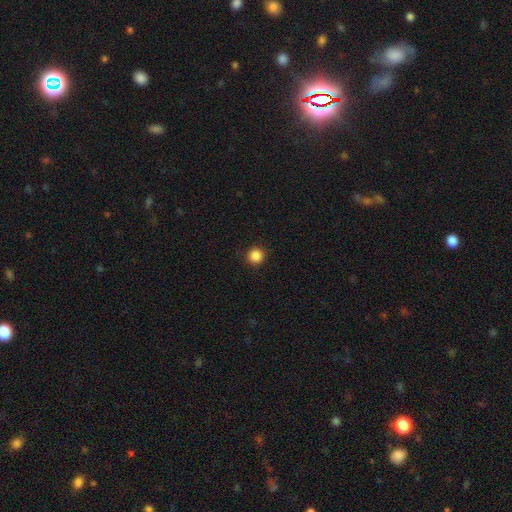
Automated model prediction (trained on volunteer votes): Smooth or featured?
  - smooth: 87% *
  - star or artifact: 11%
  - featured or disk: 3%
How rounded?
  - round: 95% *
  - in between: 4%
  - cigar-shaped: 1%
Merging?
  - none: 92% *
  - minor disturbance: 6%
  - major disturbance: 2%
  - merger: 1%